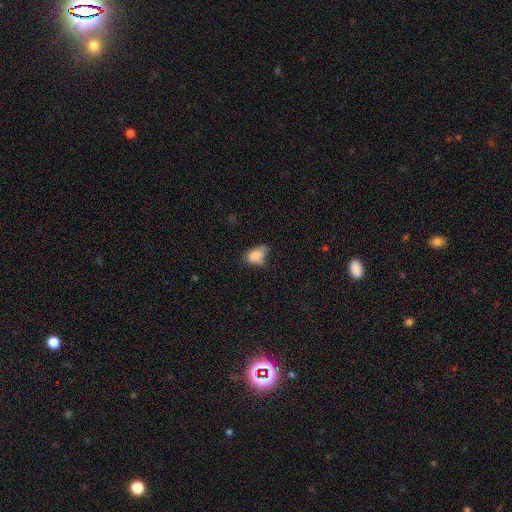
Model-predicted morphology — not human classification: The model was most divided on "merging": minor disturbance: 40%, none: 33%, major disturbance: 20%, merger: 7%. More confident: how rounded — in between (83%); smooth or featured — smooth (78%).